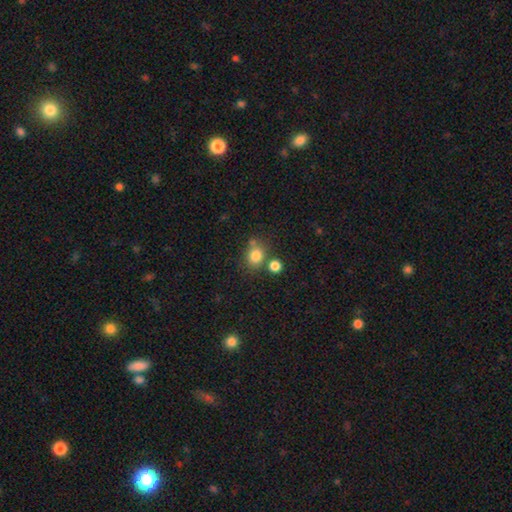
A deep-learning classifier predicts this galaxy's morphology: type=smooth (80%); roundness=round (71%); merging=none (63%).